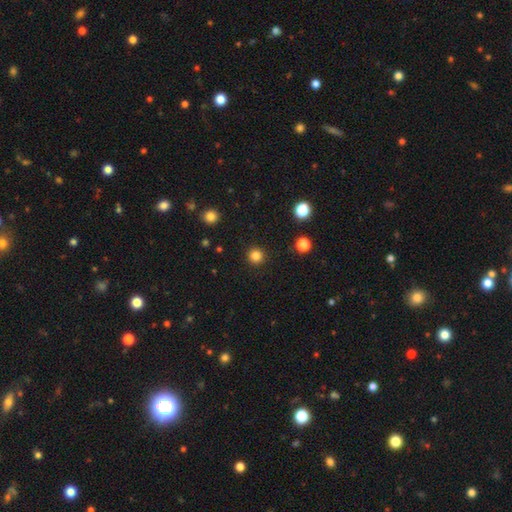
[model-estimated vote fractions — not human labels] Smooth or featured? Predicted: smooth (p=0.83). How rounded? Predicted: round (p=0.96). Merging? Predicted: none (p=0.93).